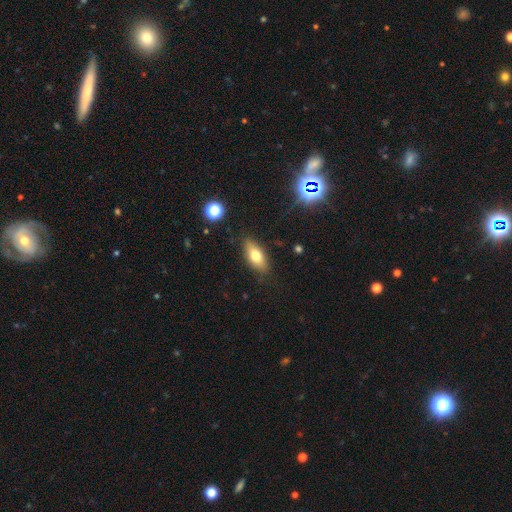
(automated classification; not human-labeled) Smooth or featured? smooth (71%)
How rounded? in between (82%)
Merging? none (83%)